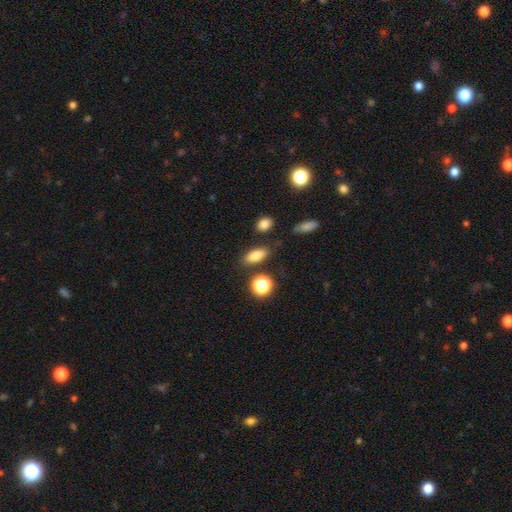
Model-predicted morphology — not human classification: type=smooth (81%); roundness=in between (75%); merging=none (82%).